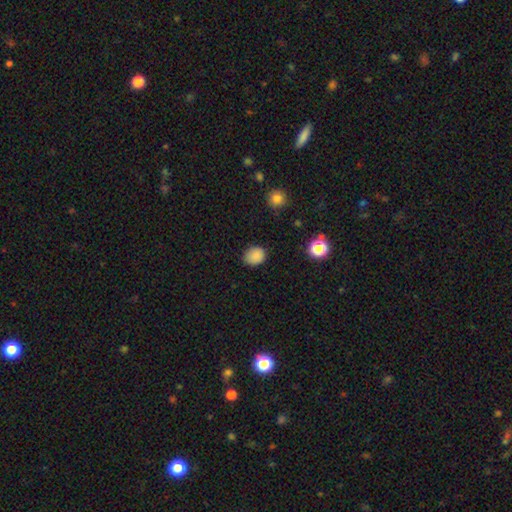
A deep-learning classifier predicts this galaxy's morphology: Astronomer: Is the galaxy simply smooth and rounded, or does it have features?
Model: smooth — 85%.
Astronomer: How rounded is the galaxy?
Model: round — 57% (runner-up: in between, 42%).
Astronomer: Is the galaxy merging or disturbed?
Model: none — 81%.